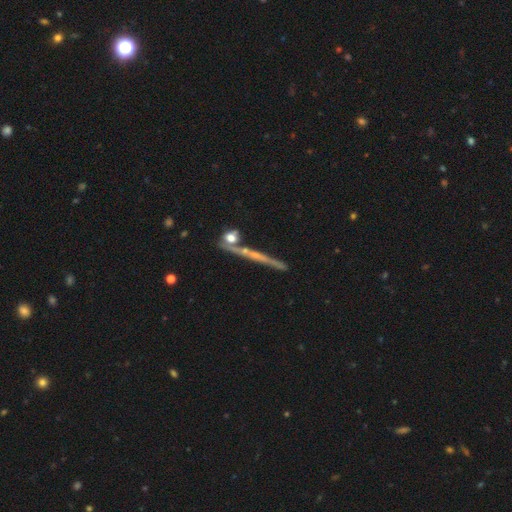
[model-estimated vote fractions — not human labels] featured or disk 53%, smooth 30%, star or artifact 17%. Down the decision tree: edge-on disk — yes (90%); merging — none (71%).